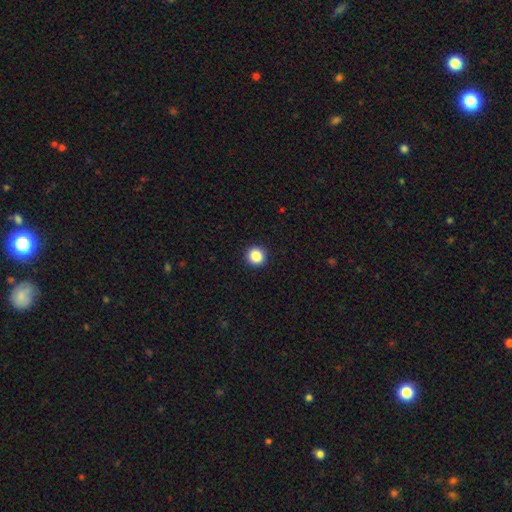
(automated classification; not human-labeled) A smooth galaxy with no disk features (88%) that is round (95%). Merging: none (93%).